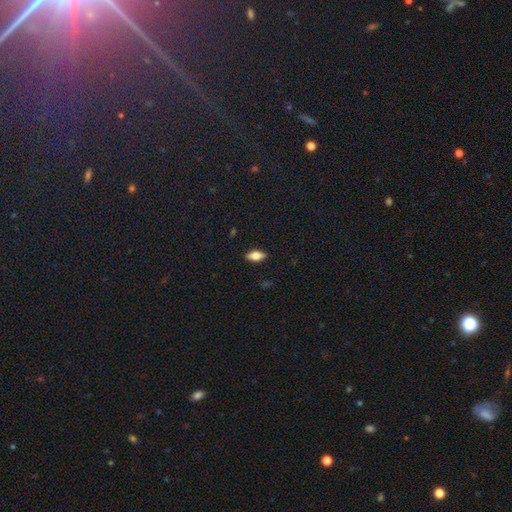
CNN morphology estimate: smooth-or-featured: smooth: 61% | featured or disk: 31% | star or artifact: 8%
  how-rounded: in between: 82% | cigar-shaped: 14% | round: 4%
  merging: none: 89% | minor disturbance: 8% | major disturbance: 2% | merger: 1%